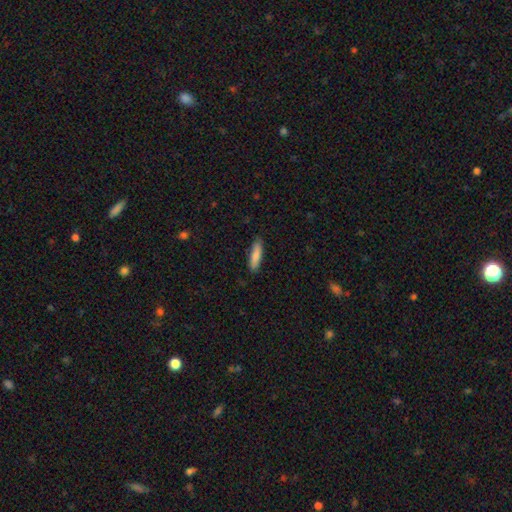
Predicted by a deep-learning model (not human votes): A smooth galaxy with no disk features (84%) that is cigar-shaped (72%). Merging: none (86%).